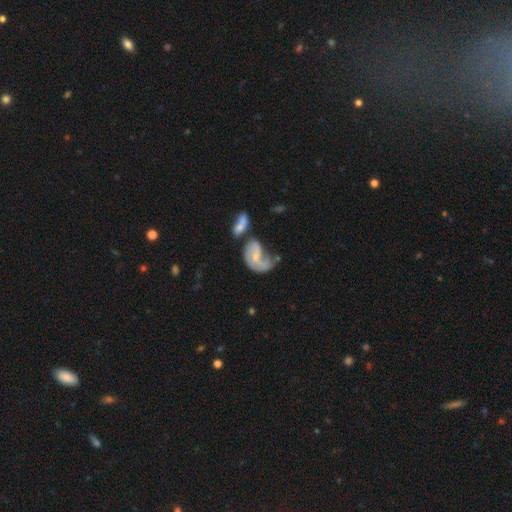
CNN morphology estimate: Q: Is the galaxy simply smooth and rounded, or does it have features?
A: featured or disk — 61%.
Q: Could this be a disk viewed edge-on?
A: no — 97%.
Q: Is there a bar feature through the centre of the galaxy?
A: no — 58%.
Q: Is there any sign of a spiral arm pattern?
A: yes — 74%.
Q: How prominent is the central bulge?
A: small — 53%.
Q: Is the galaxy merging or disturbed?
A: major disturbance — 34%.